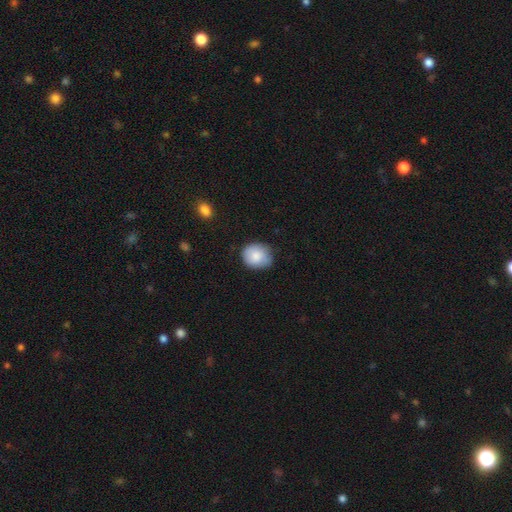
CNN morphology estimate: Overall: smooth (82%). How rounded: round (74%). Merging: none (70%).